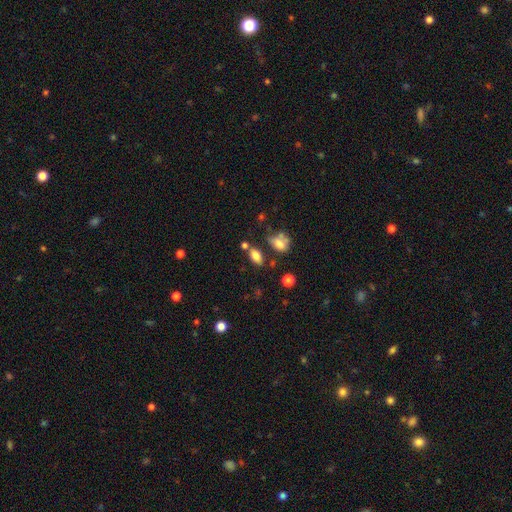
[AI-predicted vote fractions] Smooth or featured? Predicted: smooth (p=0.79). How rounded? Predicted: in between (p=0.87). Merging? Predicted: none (p=0.65).